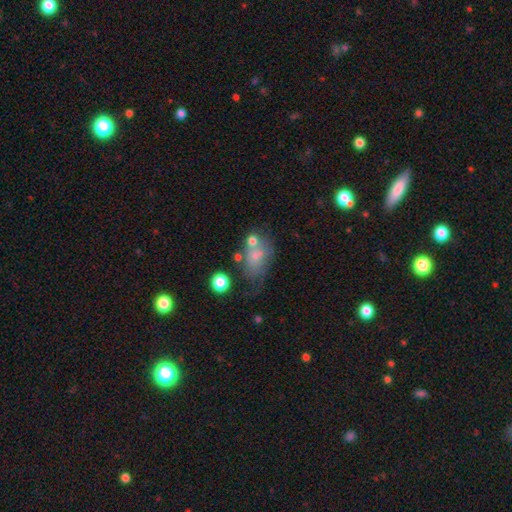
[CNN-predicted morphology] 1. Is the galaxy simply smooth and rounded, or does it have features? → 61% smooth, 27% featured or disk, 12% star or artifact.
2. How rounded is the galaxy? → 78% in between, 20% round, 2% cigar-shaped.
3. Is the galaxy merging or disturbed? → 33% none, 24% minor disturbance, 22% merger, 21% major disturbance.